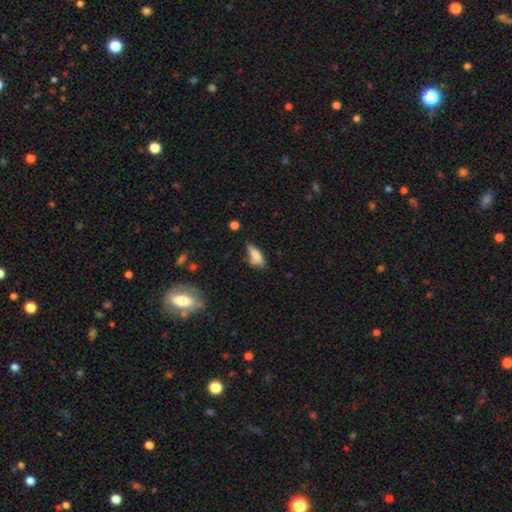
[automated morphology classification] A smooth galaxy with no disk features (75%) that is in between round and cigar-shaped (63%). Merging: none (49%).